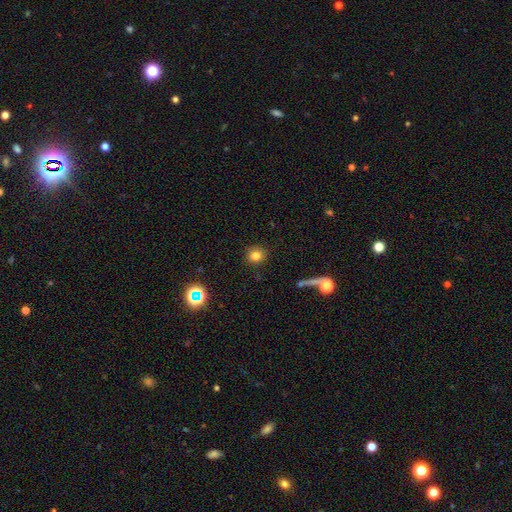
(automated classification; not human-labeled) Smooth or featured: smooth — 79% (star or artifact — 13%)
How rounded: round — 85% (in between — 14%)
Merging: none — 87% (minor disturbance — 8%)